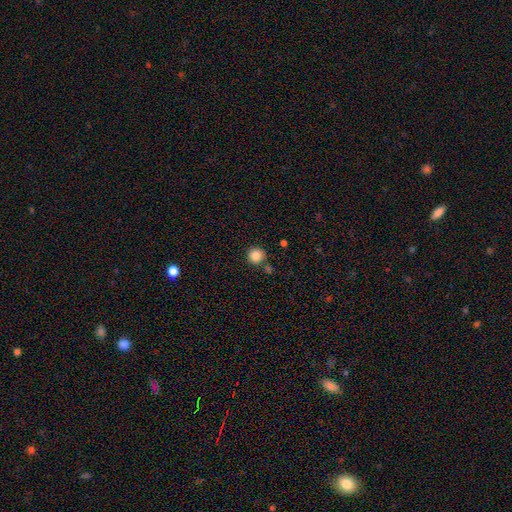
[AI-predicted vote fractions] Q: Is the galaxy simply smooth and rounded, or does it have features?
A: smooth — 85%.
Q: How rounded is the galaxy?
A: round — 94%.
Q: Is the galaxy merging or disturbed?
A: none — 82%.